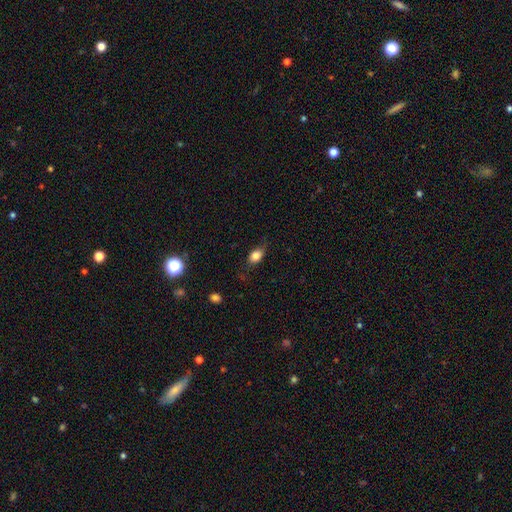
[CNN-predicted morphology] smooth 81%, featured or disk 10%, star or artifact 9%. Down the decision tree: how rounded — in between (79%); merging — none (73%).